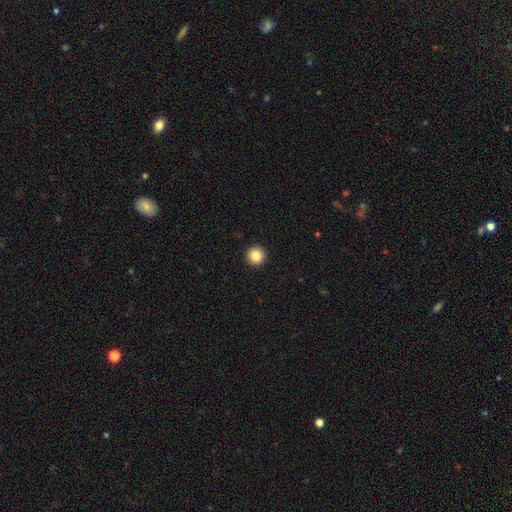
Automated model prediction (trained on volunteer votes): Smooth or featured? smooth (84%)
How rounded? round (96%)
Merging? none (94%)